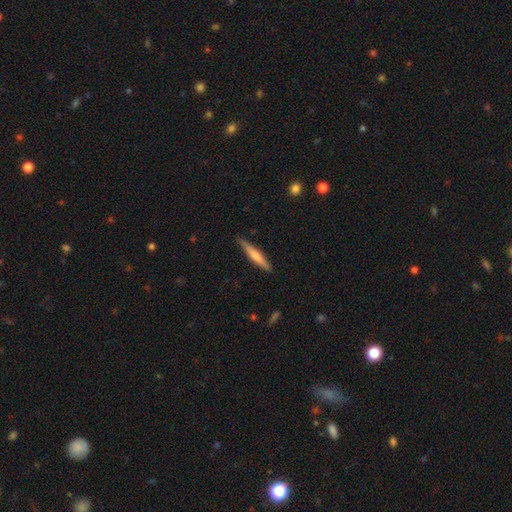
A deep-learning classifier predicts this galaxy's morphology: Smooth or featured? smooth (56%)
How rounded? cigar-shaped (93%)
Merging? none (88%)